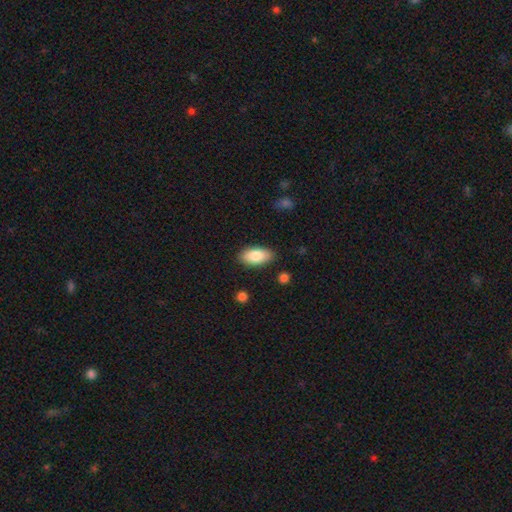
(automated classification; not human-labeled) smooth_or_featured: smooth (p=0.84) [alt: featured or disk p=0.09]
how_rounded: in between (p=0.92) [alt: cigar-shaped p=0.06]
merging: none (p=0.86) [alt: minor disturbance p=0.10]